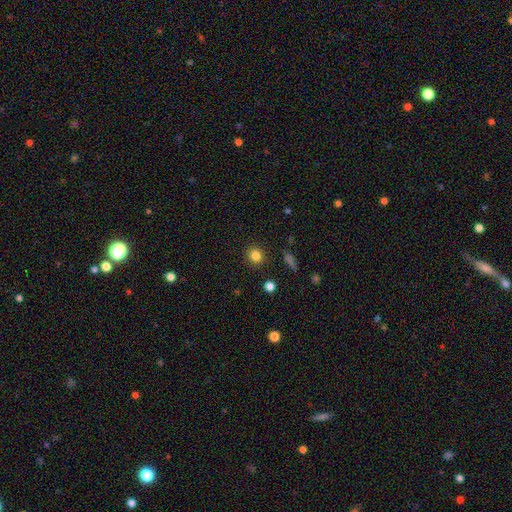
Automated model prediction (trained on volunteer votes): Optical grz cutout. It shows a smooth galaxy with no disk features (82%) that is round (89%). Merging: none (90%).